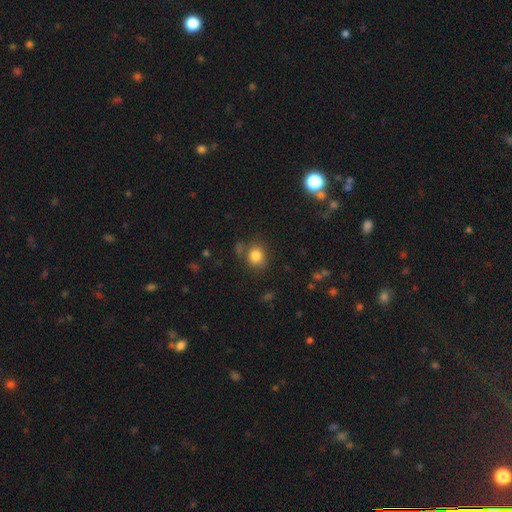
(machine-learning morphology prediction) A smooth galaxy with no disk features (82%) that is round (75%). Merging: none (74%).